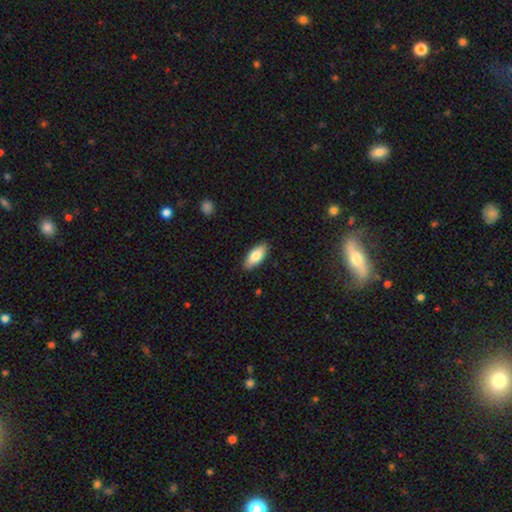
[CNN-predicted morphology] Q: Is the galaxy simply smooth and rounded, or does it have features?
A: smooth — 80%.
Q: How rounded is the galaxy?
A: in between — 84%.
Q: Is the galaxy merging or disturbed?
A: none — 88%.